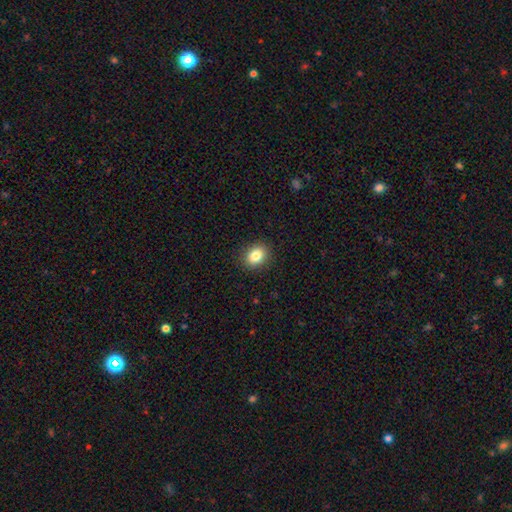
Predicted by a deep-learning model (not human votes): smooth-or-featured: smooth: 84% | star or artifact: 10% | featured or disk: 6%
  how-rounded: in between: 56% | round: 43% | cigar-shaped: 1%
  merging: none: 90% | minor disturbance: 7% | major disturbance: 2% | merger: 1%